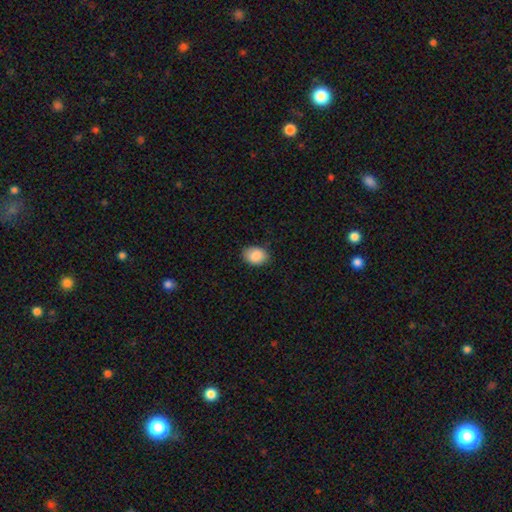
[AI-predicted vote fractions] Q: Smooth or featured?
A: smooth (88%); runner-up: star or artifact (7%)
Q: How rounded?
A: in between (71%); runner-up: round (28%)
Q: Merging?
A: none (84%); runner-up: minor disturbance (13%)